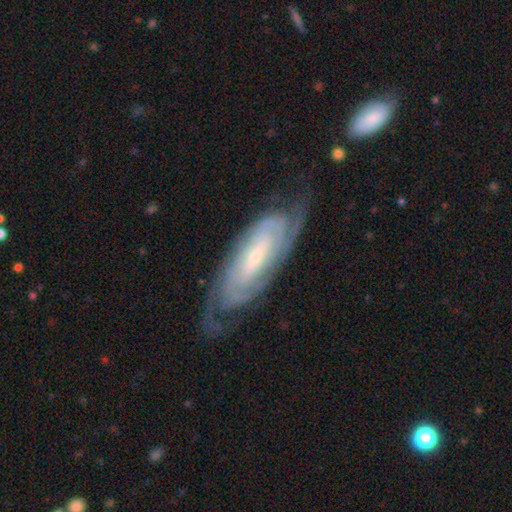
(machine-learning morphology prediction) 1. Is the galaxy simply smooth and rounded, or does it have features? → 86% featured or disk, 9% smooth, 5% star or artifact.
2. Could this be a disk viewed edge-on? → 90% no, 10% yes.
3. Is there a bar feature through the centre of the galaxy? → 42% no, 36% weak, 22% strong.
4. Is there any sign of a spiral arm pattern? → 96% yes, 4% no.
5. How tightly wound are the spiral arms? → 71% tight, 23% medium, 5% loose.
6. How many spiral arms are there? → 46% 2, 29% can't tell, 11% 3, 7% 4, 4% more than 4, 4% 1.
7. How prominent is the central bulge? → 66% small, 26% moderate, 4% none, 3% large, 1% dominant.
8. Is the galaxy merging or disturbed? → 73% none, 17% minor disturbance, 9% major disturbance, 2% merger.